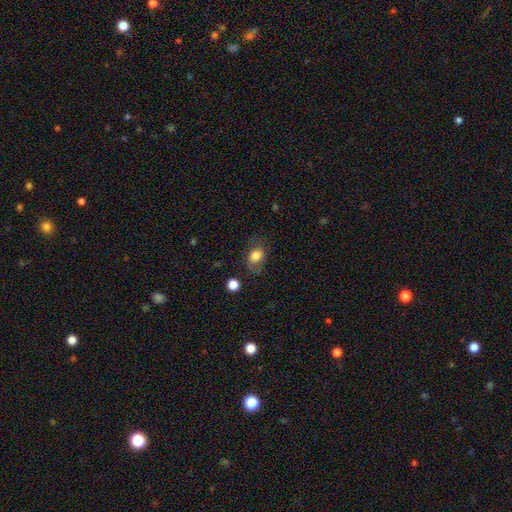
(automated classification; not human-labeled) A smooth galaxy with no disk features (79%) that is in between round and cigar-shaped (64%). Merging: none (64%).